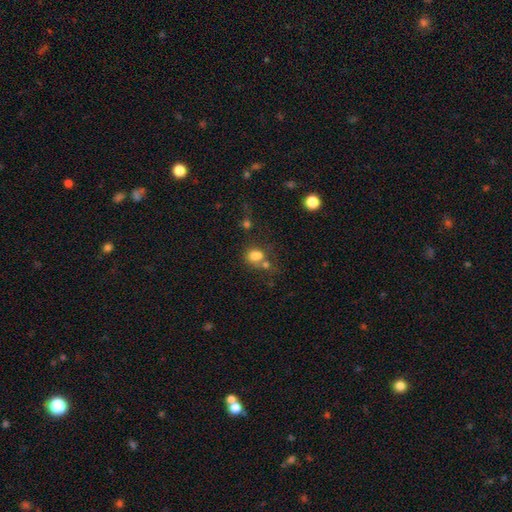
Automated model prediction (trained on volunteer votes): Smooth or featured: smooth — 74% (star or artifact — 14%)
How rounded: round — 51% (in between — 48%)
Merging: merger — 41% (none — 36%)